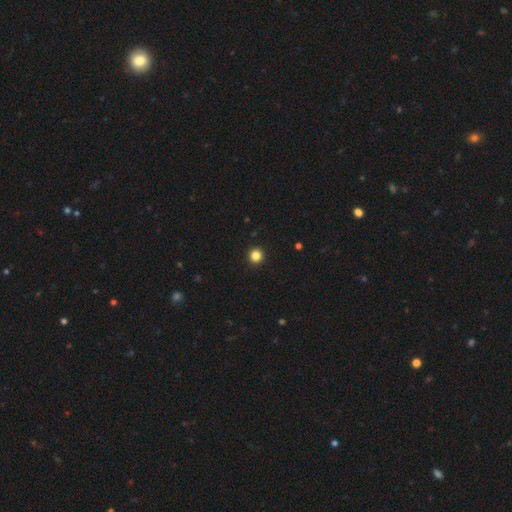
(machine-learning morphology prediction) This is clearly a smooth galaxy (84%). How rounded: clearly round (95%). Merging: clearly none (94%).